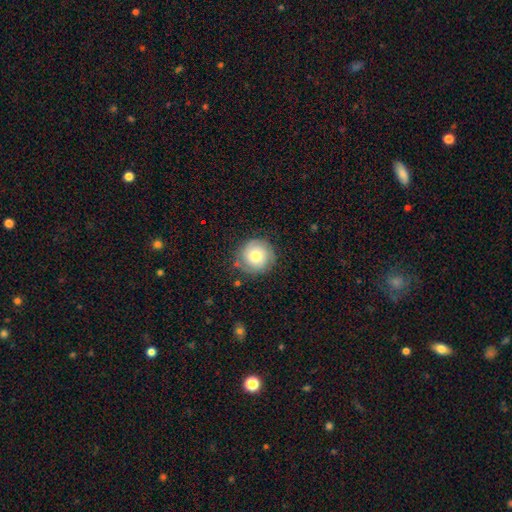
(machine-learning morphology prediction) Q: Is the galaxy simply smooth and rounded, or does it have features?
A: smooth — 69%.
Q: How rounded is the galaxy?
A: round — 95%.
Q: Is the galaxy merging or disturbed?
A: none — 81%.